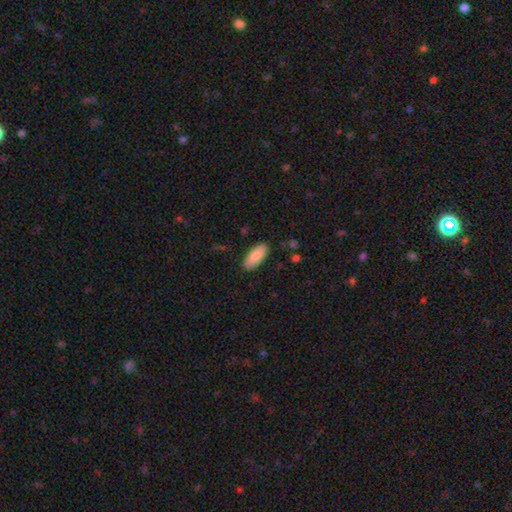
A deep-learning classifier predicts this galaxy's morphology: Smooth or featured?
  - smooth: 84% *
  - featured or disk: 10%
  - star or artifact: 6%
How rounded?
  - in between: 87% *
  - cigar-shaped: 12%
  - round: 2%
Merging?
  - none: 87% *
  - minor disturbance: 10%
  - major disturbance: 2%
  - merger: 1%